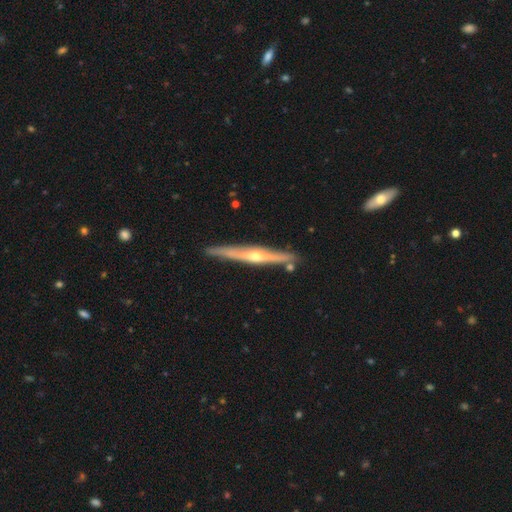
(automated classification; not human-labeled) This is likely a featured or disk galaxy (78%). It is clearly viewed edge-on (97%). Edge-on bulge: clearly rounded (83%). Merging: clearly none (86%).